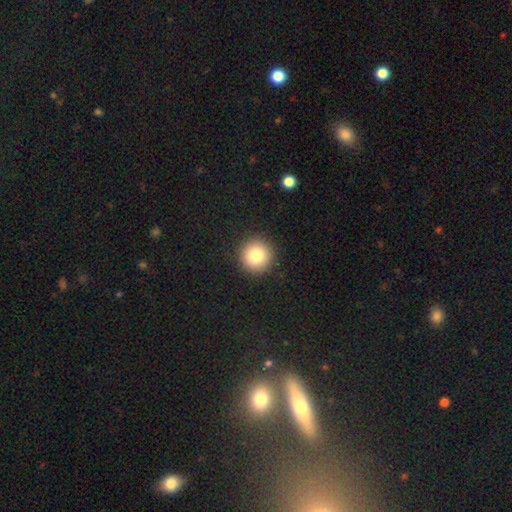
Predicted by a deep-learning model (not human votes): Smooth or featured? smooth (82%)
How rounded? round (95%)
Merging? none (92%)